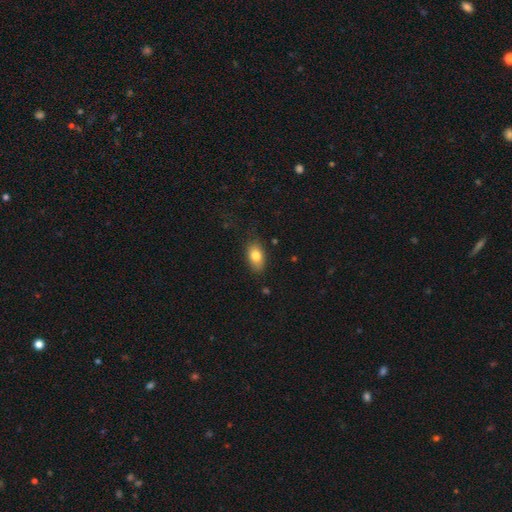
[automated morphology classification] type=smooth (80%); roundness=in between (87%); merging=none (79%).